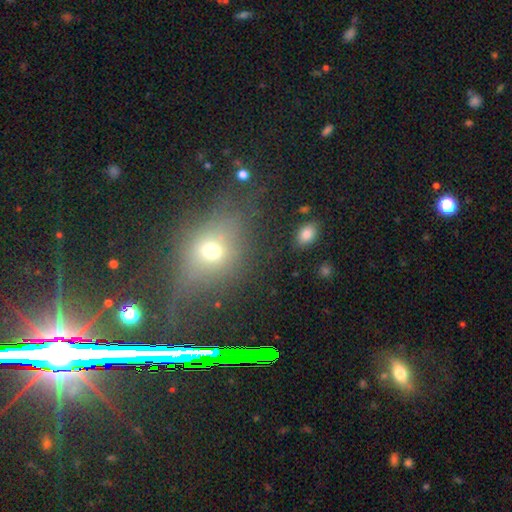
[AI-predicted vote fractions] A smooth galaxy with no disk features (43%).

Vote fractions:
- Smooth or featured? smooth: 43% / star or artifact: 42% / featured or disk: 16%
- Merging? none: 80% / minor disturbance: 11% / major disturbance: 5% / merger: 4%